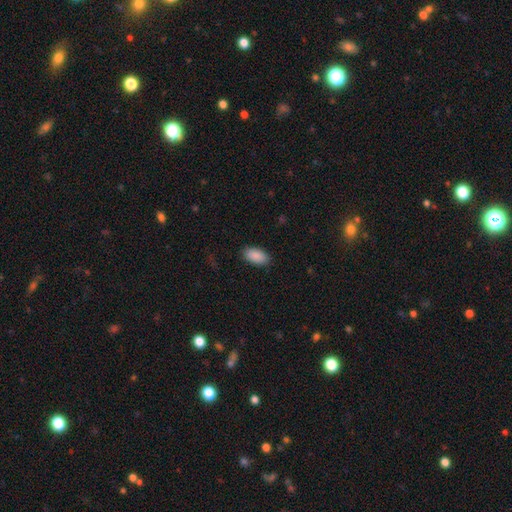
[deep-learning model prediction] Smooth or featured: smooth — 90% (star or artifact — 6%)
How rounded: in between — 94% (cigar-shaped — 3%)
Merging: none — 89% (minor disturbance — 8%)